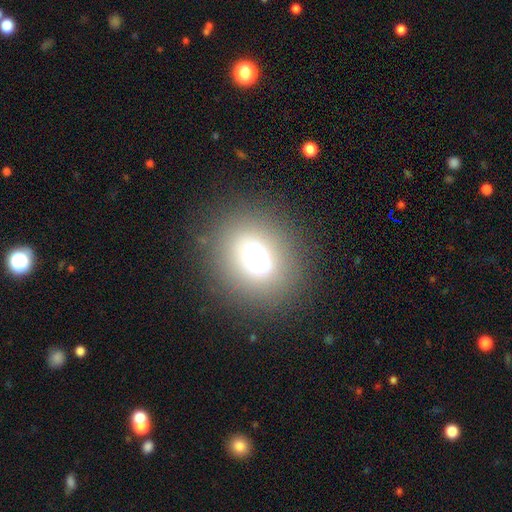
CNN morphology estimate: Smooth or featured? smooth (62%)
How rounded? round (69%)
Merging? none (78%)